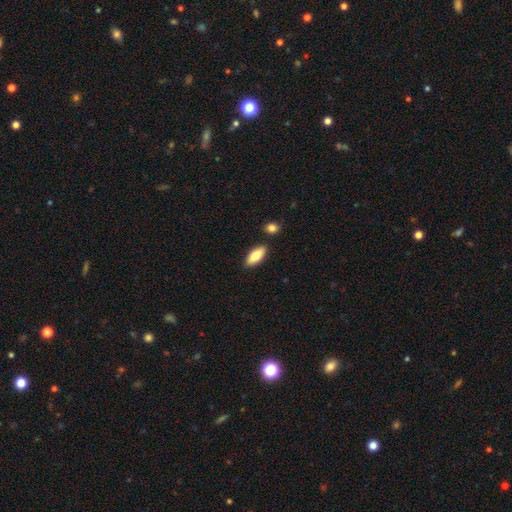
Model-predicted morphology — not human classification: A smooth galaxy with no disk features (81%) that is in between round and cigar-shaped (84%).

Vote fractions:
- Smooth or featured? smooth: 81% / featured or disk: 13% / star or artifact: 6%
- How rounded? in between: 84% / cigar-shaped: 14% / round: 2%
- Merging? none: 85% / minor disturbance: 9% / merger: 4% / major disturbance: 2%